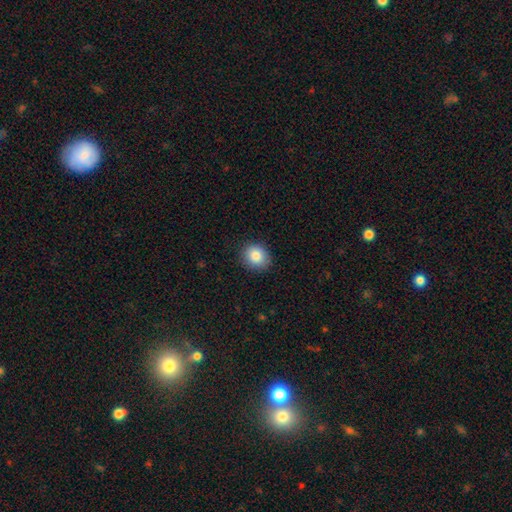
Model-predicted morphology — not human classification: Overall: smooth (85%). How rounded: round (78%). Merging: none (89%).